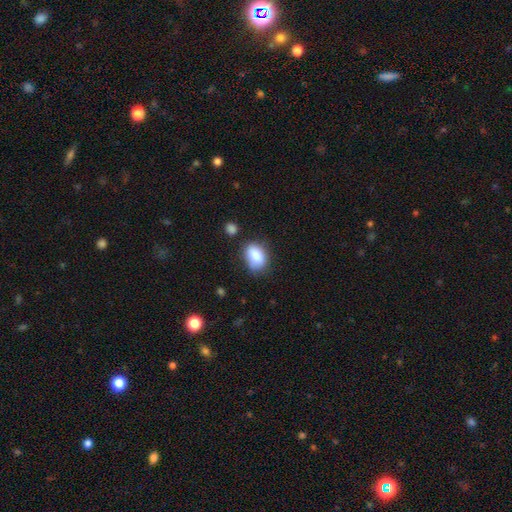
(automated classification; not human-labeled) Morphology: type=smooth (85%); roundness=in between (81%); merging=none (66%).